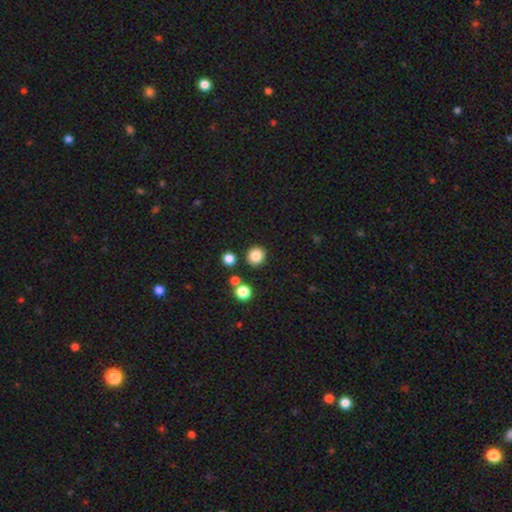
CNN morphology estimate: smooth_or_featured: smooth (p=0.84) [alt: star or artifact p=0.11]
how_rounded: round (p=0.89) [alt: in between p=0.10]
merging: none (p=0.87) [alt: minor disturbance p=0.07]